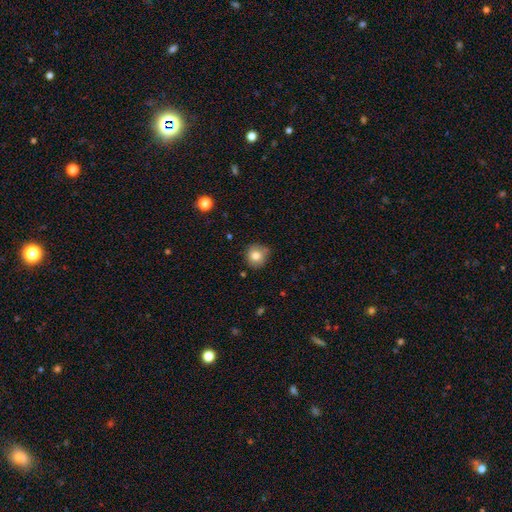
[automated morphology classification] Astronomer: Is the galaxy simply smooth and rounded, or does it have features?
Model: smooth — 80%.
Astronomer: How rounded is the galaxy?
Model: round — 91%.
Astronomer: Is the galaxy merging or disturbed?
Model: none — 75%.